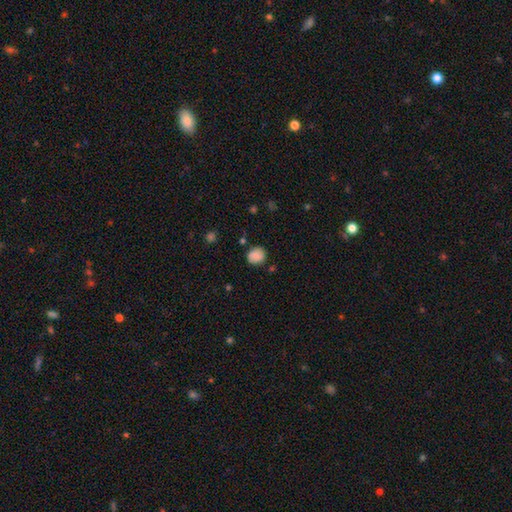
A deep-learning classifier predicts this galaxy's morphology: smooth_or_featured: smooth (p=0.83) [alt: star or artifact p=0.09]
how_rounded: round (p=0.74) [alt: in between p=0.25]
merging: none (p=0.78) [alt: minor disturbance p=0.15]